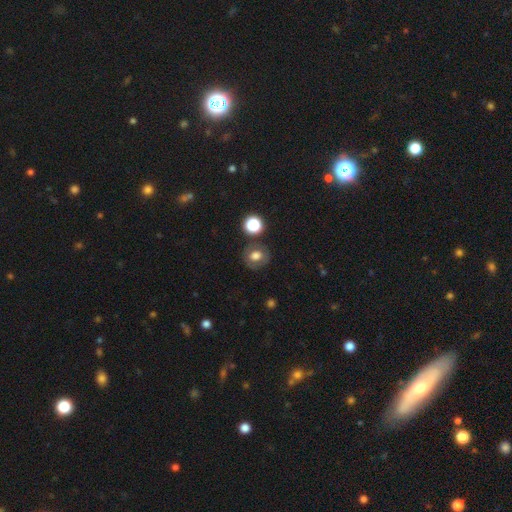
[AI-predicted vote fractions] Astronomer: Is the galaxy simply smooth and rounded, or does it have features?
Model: smooth — 68%.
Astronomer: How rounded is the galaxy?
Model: round — 70%.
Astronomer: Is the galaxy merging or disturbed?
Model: none — 78%.